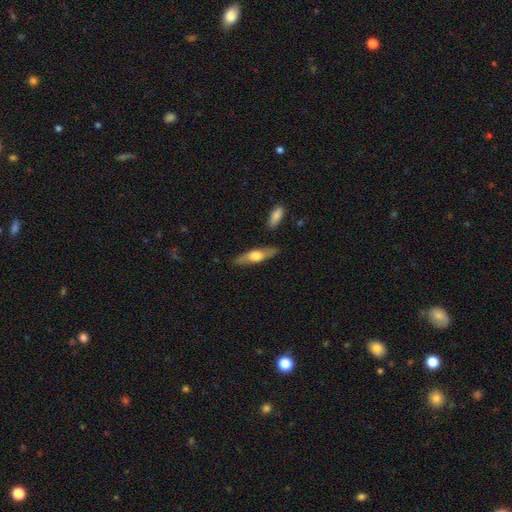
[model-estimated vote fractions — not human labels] This appears to be a smooth galaxy with no disk features (48%). Merging: none (84%).